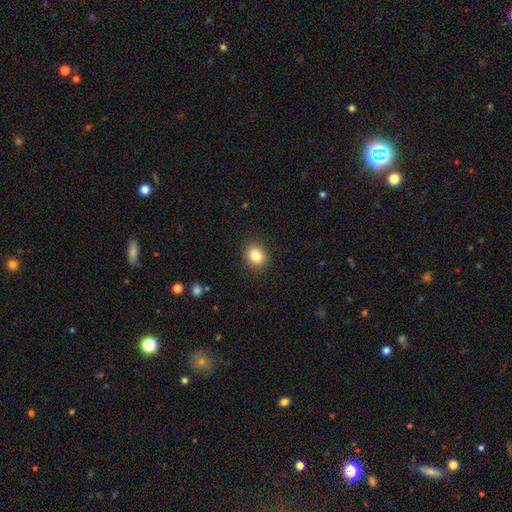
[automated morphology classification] Smooth or featured?
  - smooth: 84% *
  - star or artifact: 10%
  - featured or disk: 6%
How rounded?
  - round: 70% *
  - in between: 29%
  - cigar-shaped: 1%
Merging?
  - none: 90% *
  - minor disturbance: 7%
  - major disturbance: 2%
  - merger: 1%